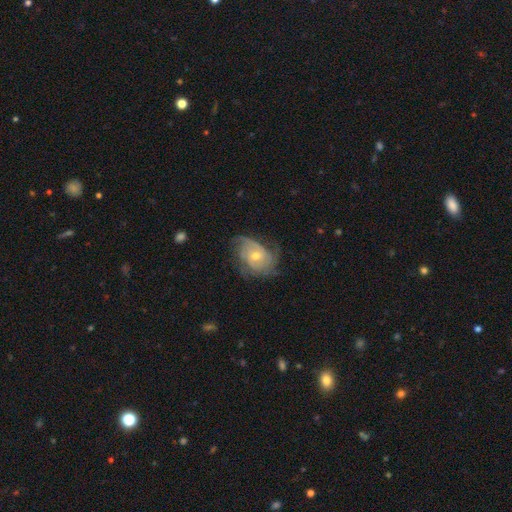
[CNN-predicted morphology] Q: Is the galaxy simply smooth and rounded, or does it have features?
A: featured or disk — 78%.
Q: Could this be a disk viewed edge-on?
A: no — 97%.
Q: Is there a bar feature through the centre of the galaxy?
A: no — 68%.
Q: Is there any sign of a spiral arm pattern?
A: yes — 92%.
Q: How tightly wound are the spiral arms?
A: tight — 48%.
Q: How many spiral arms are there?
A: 2 — 30%.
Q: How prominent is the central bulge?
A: moderate — 55%.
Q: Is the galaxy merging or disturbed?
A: none — 58%.